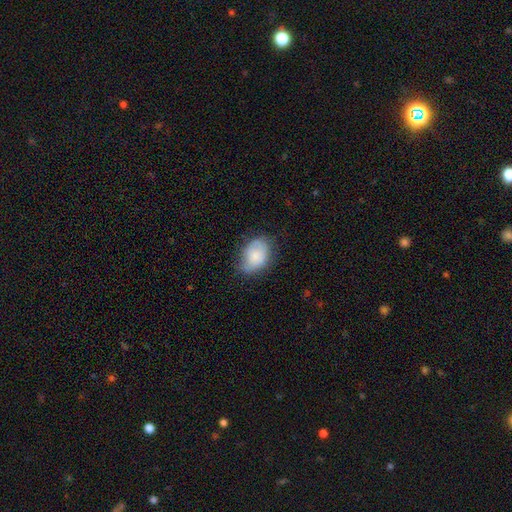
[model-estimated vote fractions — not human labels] Overall: smooth (78%). How rounded: in between (81%). Merging: none (62%; minor disturbance 29%).